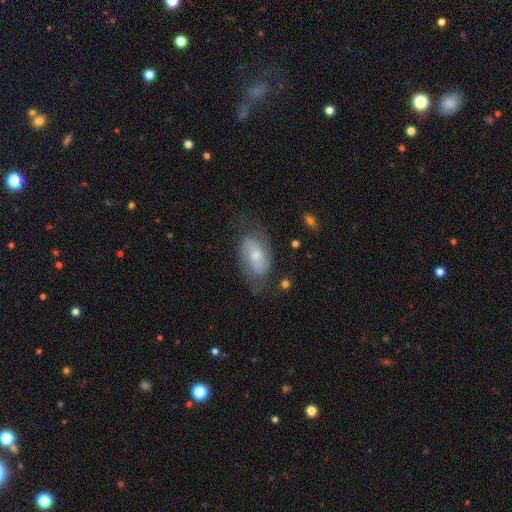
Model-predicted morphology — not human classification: A featured or disk galaxy (50%).

Vote fractions:
- Smooth or featured? featured or disk: 50% / smooth: 42% / star or artifact: 8%
- Merging? none: 60% / minor disturbance: 25% / major disturbance: 14% / merger: 2%